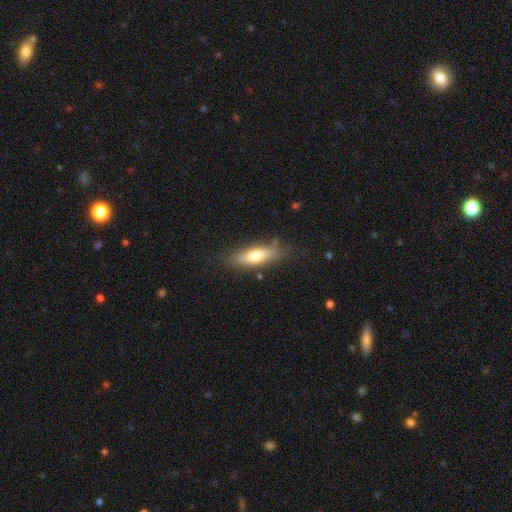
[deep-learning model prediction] smooth 68%, featured or disk 26%, star or artifact 6%. Down the decision tree: how rounded — in between (50%); merging — none (80%).